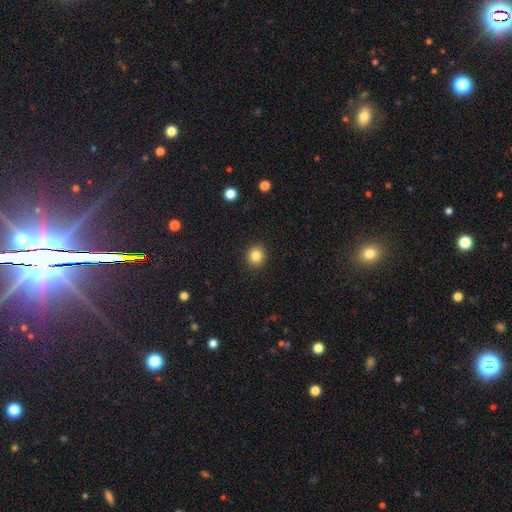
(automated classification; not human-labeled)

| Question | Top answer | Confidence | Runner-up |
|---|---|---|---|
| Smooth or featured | smooth | 84% | star or artifact (11%) |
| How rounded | round | 86% | in between (13%) |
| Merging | none | 92% | minor disturbance (5%) |